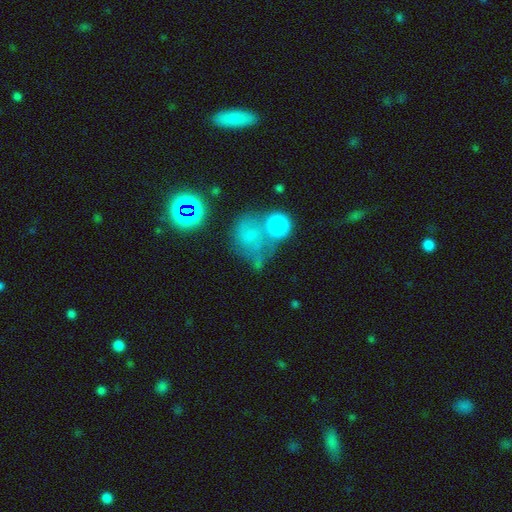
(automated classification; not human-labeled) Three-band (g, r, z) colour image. It shows a star or artifact, not a galaxy (41%).